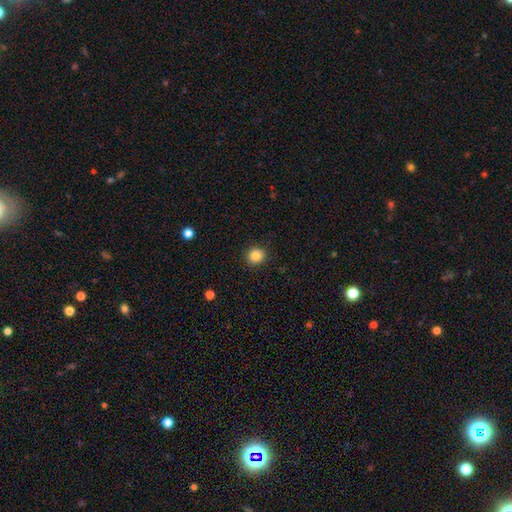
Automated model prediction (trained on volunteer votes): Smooth or featured?
  - smooth: 84% *
  - star or artifact: 10%
  - featured or disk: 5%
How rounded?
  - round: 88% *
  - in between: 11%
  - cigar-shaped: 1%
Merging?
  - none: 91% *
  - minor disturbance: 6%
  - major disturbance: 2%
  - merger: 1%